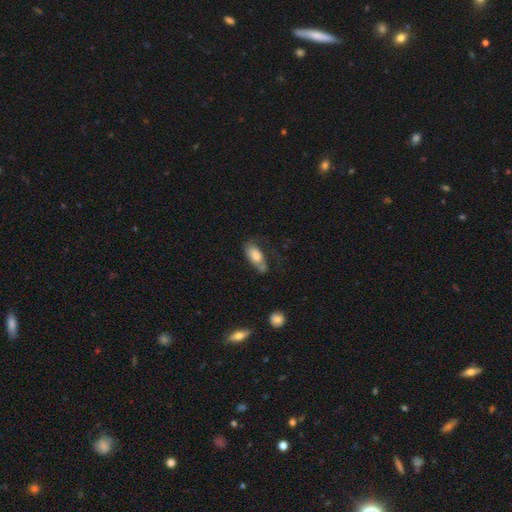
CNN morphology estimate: smooth-or-featured: smooth: 71% | featured or disk: 22% | star or artifact: 7%
  how-rounded: in between: 87% | cigar-shaped: 10% | round: 4%
  merging: none: 44% | minor disturbance: 29% | major disturbance: 20% | merger: 8%